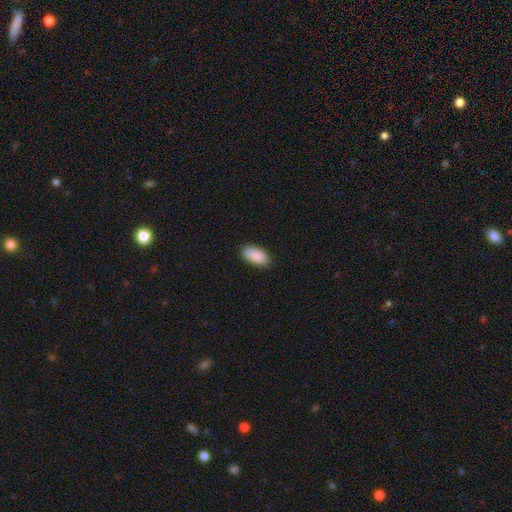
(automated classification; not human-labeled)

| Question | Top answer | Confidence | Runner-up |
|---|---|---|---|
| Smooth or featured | smooth | 89% | star or artifact (6%) |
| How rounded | in between | 93% | cigar-shaped (5%) |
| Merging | none | 84% | minor disturbance (12%) |